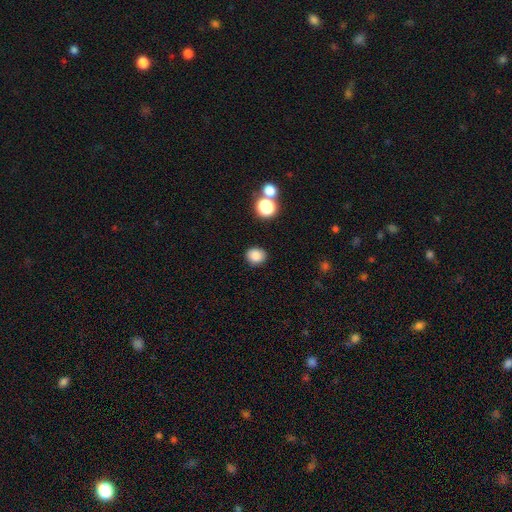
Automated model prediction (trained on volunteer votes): A smooth galaxy with no disk features (83%) that is round (75%).

Vote fractions:
- Smooth or featured? smooth: 83% / star or artifact: 11% / featured or disk: 5%
- How rounded? round: 75% / in between: 24% / cigar-shaped: 1%
- Merging? none: 87% / minor disturbance: 8% / merger: 3% / major disturbance: 2%